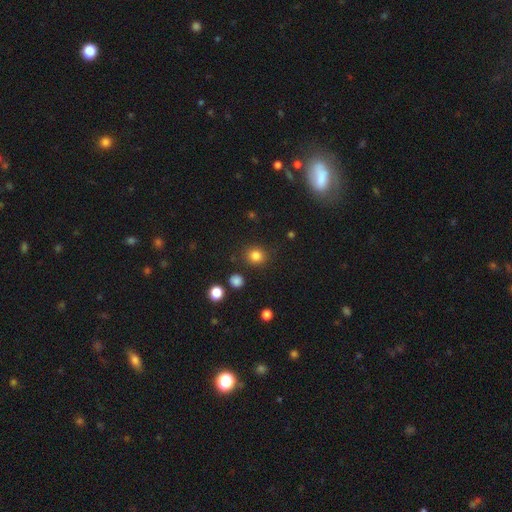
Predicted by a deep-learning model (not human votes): Q: Smooth or featured?
A: smooth (83%); runner-up: star or artifact (12%)
Q: How rounded?
A: round (84%); runner-up: in between (15%)
Q: Merging?
A: none (86%); runner-up: minor disturbance (9%)